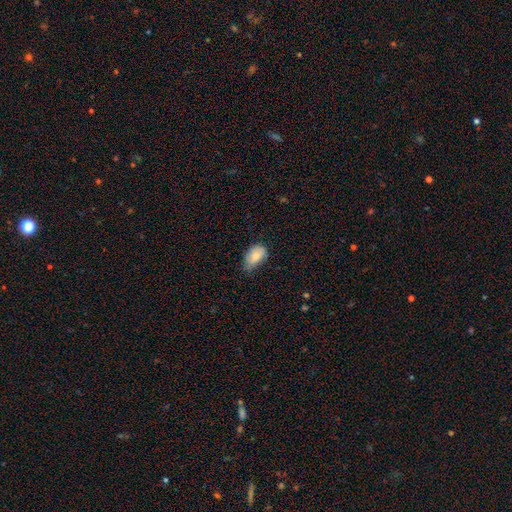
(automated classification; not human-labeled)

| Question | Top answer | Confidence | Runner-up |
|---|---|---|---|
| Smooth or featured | smooth | 80% | featured or disk (14%) |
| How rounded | in between | 90% | round (8%) |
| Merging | none | 50% | minor disturbance (40%) |